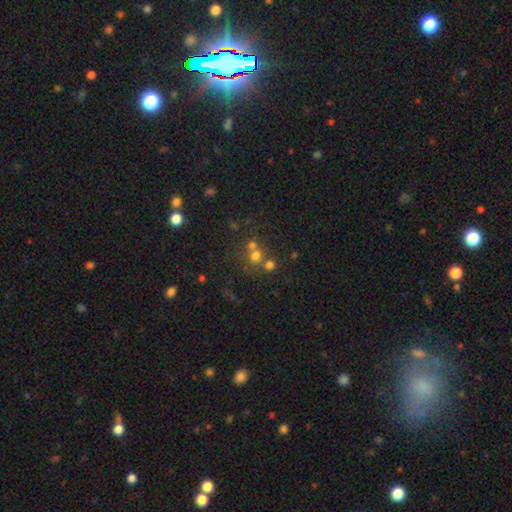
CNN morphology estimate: This appears to be a smooth galaxy with no disk features (64%) that is round (87%). Merging: none (49%).